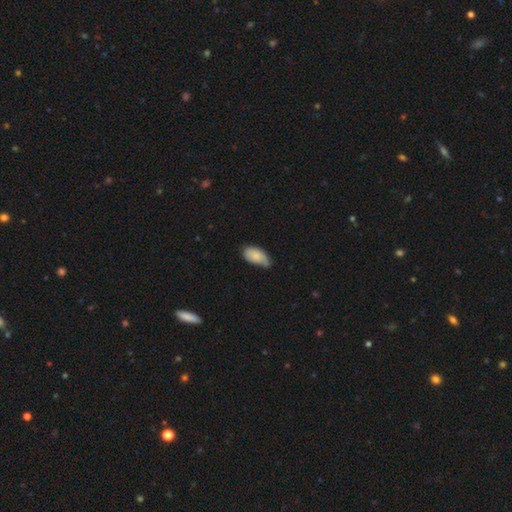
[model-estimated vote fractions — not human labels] Smooth or featured: smooth — 82% (featured or disk — 12%)
How rounded: in between — 94% (round — 3%)
Merging: minor disturbance — 46% (none — 41%)